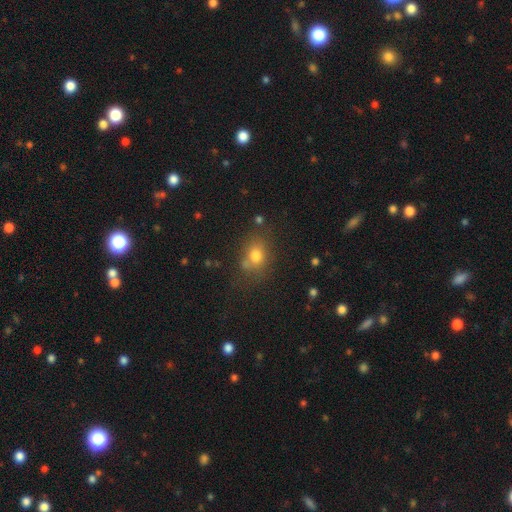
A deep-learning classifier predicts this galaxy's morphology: A smooth galaxy with no disk features (74%) that is in between round and cigar-shaped (53%). Merging: none (62%).